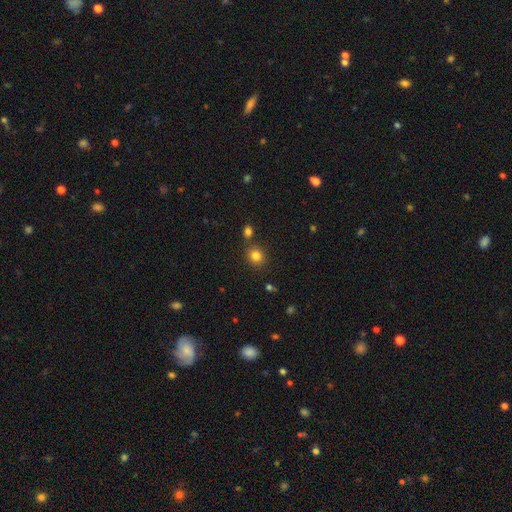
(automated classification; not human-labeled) smooth 82%, star or artifact 13%, featured or disk 5%. Down the decision tree: how rounded — round (78%); merging — none (78%).